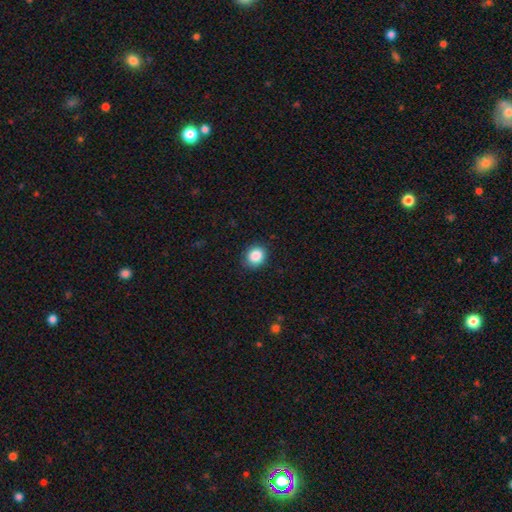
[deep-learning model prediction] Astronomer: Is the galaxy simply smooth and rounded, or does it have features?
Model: smooth — 87%.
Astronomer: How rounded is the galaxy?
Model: round — 78%.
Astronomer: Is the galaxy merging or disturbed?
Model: none — 86%.